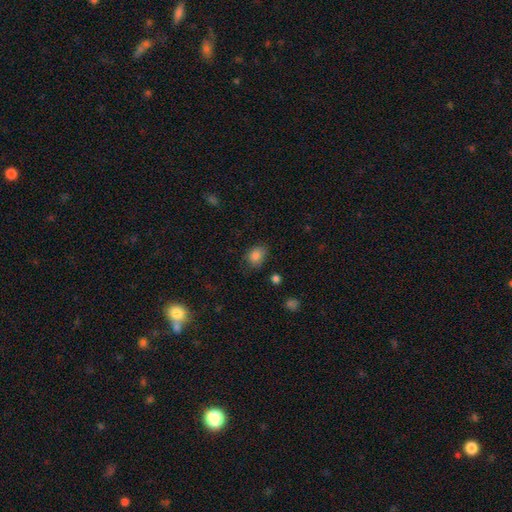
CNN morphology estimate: type=smooth (84%); roundness=in between (64%); merging=none (69%).